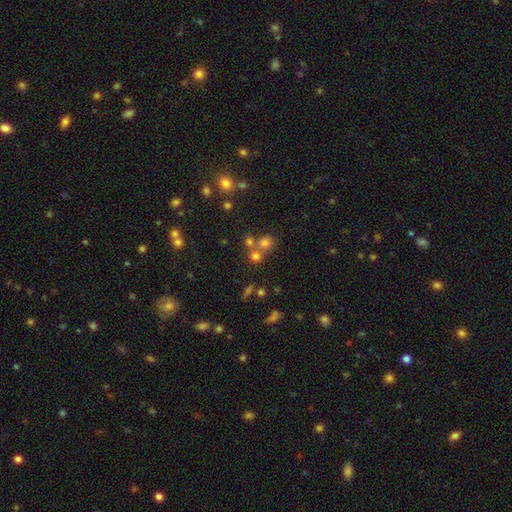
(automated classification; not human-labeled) Smooth or featured: smooth — 64% (star or artifact — 24%)
How rounded: round — 85% (in between — 14%)
Merging: none — 55% (merger — 34%)